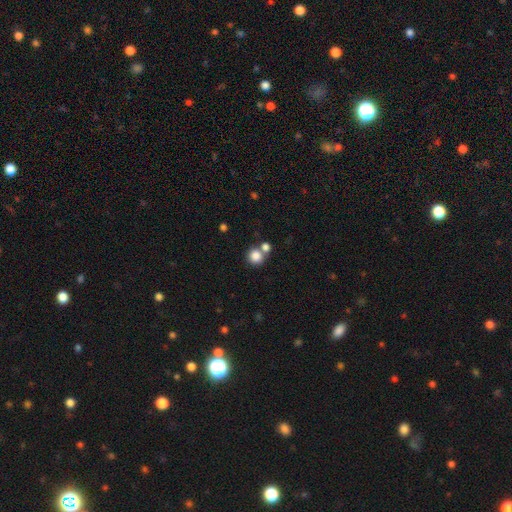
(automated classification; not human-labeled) Smooth or featured? smooth (83%)
How rounded? round (89%)
Merging? none (57%)